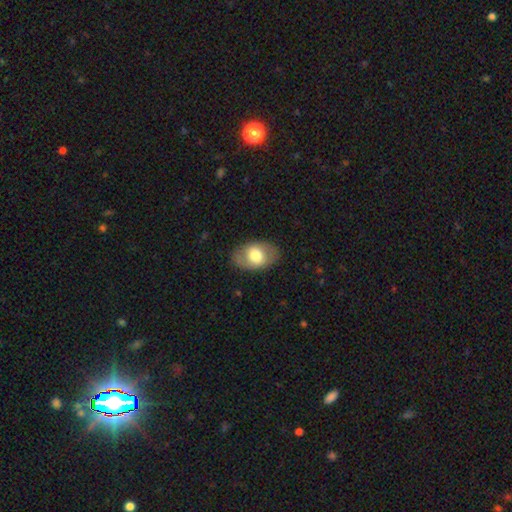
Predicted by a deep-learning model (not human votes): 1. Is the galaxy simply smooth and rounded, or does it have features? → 67% smooth, 27% featured or disk, 6% star or artifact.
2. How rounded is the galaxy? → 87% in between, 12% round, 1% cigar-shaped.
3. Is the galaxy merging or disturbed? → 82% none, 13% minor disturbance, 4% major disturbance, 1% merger.